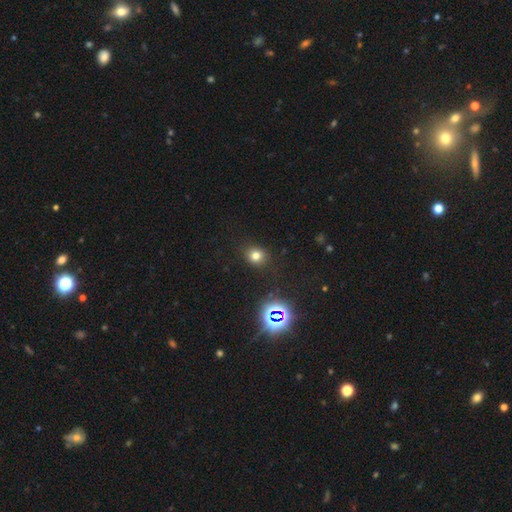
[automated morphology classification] smooth-or-featured: smooth: 72% | star or artifact: 20% | featured or disk: 8%
  how-rounded: round: 72% | in between: 27% | cigar-shaped: 1%
  merging: none: 86% | minor disturbance: 9% | major disturbance: 3% | merger: 2%